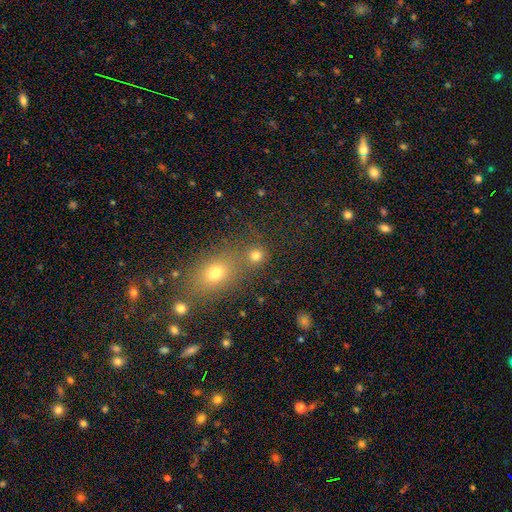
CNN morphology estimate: Smooth or featured? smooth (76%)
How rounded? round (84%)
Merging? none (61%)